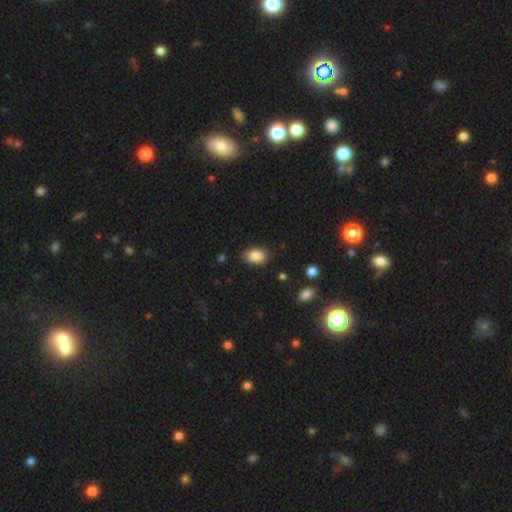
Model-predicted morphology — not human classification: This appears to be a smooth galaxy with no disk features (86%) that is in between round and cigar-shaped (85%). Merging: none (86%).